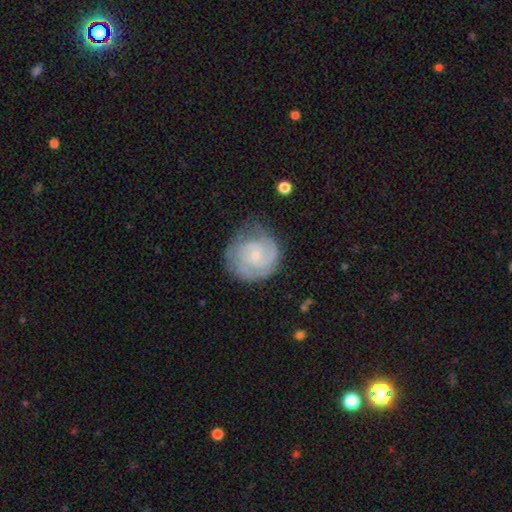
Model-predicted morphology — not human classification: A featured or disk galaxy (83%) with no bar (65%), 2 (42%) tight (65%) spiral arms (97%) and a small central bulge (71%). Merging: none (71%).